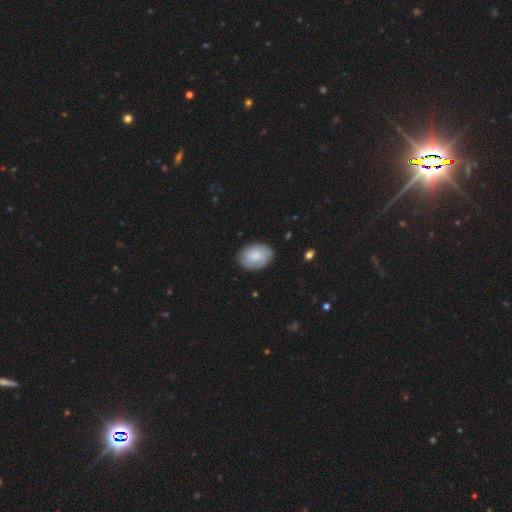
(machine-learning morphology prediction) A smooth galaxy with no disk features (64%) that is in between round and cigar-shaped (69%).

Vote fractions:
- Smooth or featured? smooth: 64% / featured or disk: 29% / star or artifact: 6%
- How rounded? in between: 69% / round: 30% / cigar-shaped: 1%
- Merging? none: 81% / minor disturbance: 15% / major disturbance: 3% / merger: 1%